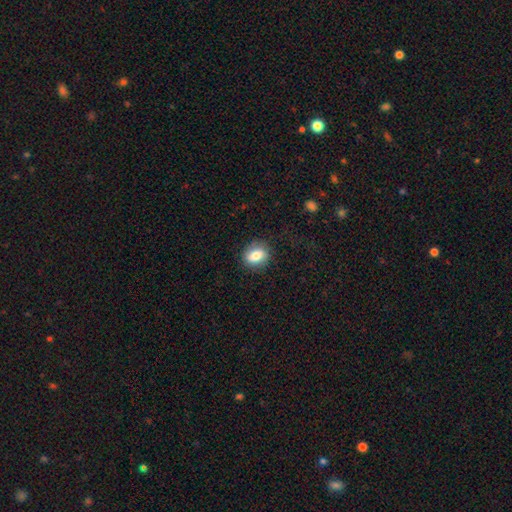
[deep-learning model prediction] Smooth or featured: smooth — 79% (featured or disk — 12%)
How rounded: in between — 58% (round — 40%)
Merging: none — 82% (minor disturbance — 13%)